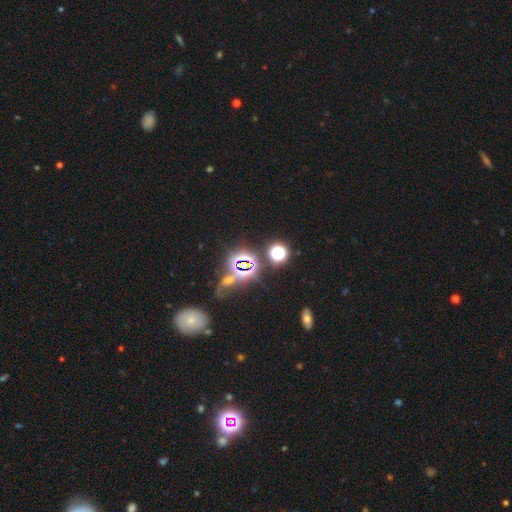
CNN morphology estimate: Smooth or featured? star or artifact (78%)